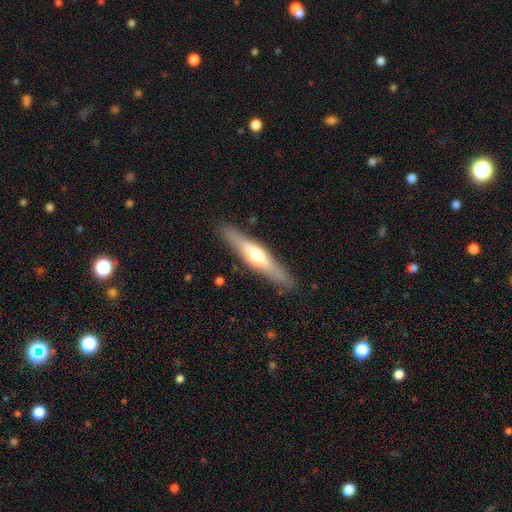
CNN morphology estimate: type=featured or disk (57%); edge-on=yes (93%); edge-on bulge=rounded (89%); merging=none (88%).